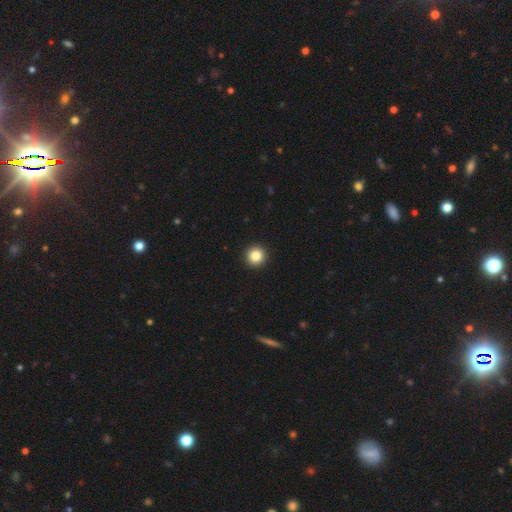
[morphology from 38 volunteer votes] smooth 89%, star or artifact 8%, featured or disk 3%. Down the decision tree: how rounded — round (94%); merging — none (91%).